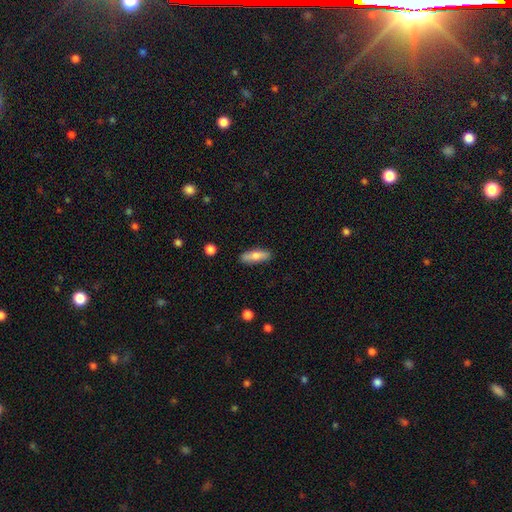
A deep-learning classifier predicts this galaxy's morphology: This appears to be a smooth galaxy with no disk features (75%) that is cigar-shaped (52%). Merging: none (86%).